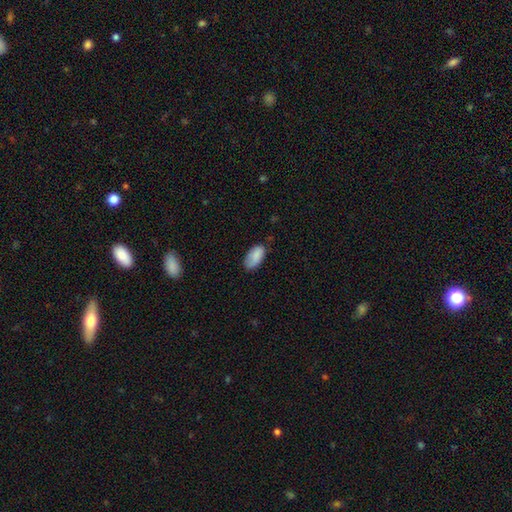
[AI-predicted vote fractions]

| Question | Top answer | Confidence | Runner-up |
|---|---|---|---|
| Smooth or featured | smooth | 85% | featured or disk (8%) |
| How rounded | in between | 94% | cigar-shaped (3%) |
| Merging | none | 69% | minor disturbance (25%) |